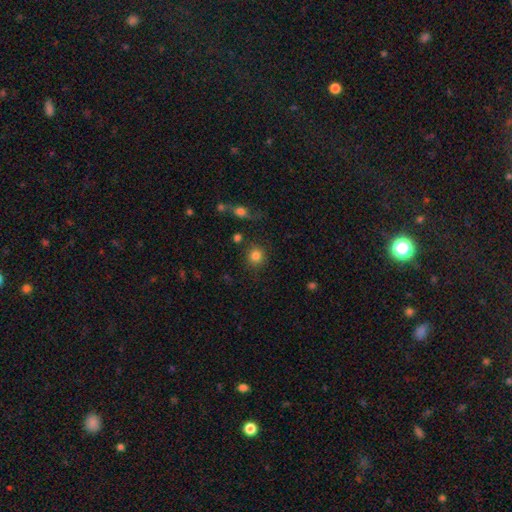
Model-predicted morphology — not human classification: Smooth or featured?
  - smooth: 84% *
  - star or artifact: 11%
  - featured or disk: 6%
How rounded?
  - round: 91% *
  - in between: 8%
  - cigar-shaped: 1%
Merging?
  - none: 86% *
  - minor disturbance: 7%
  - merger: 4%
  - major disturbance: 3%